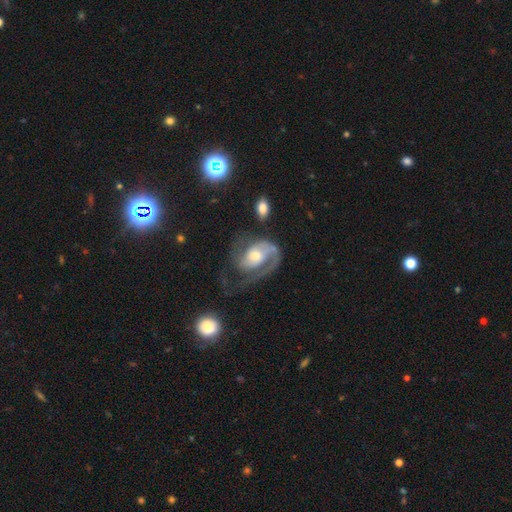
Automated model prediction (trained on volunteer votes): This appears to be a featured or disk galaxy (83%) with no bar (55%), 1 (56%) medium (43%) spiral arms (93%) and a moderate central bulge (58%). Merging: none (39%, tied with major disturbance).